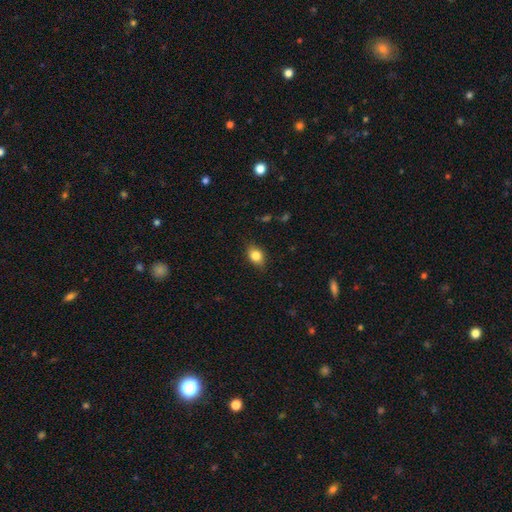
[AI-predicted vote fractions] Smooth or featured? Predicted: smooth (p=0.82). How rounded? Predicted: in between (p=0.66). Merging? Predicted: none (p=0.83).